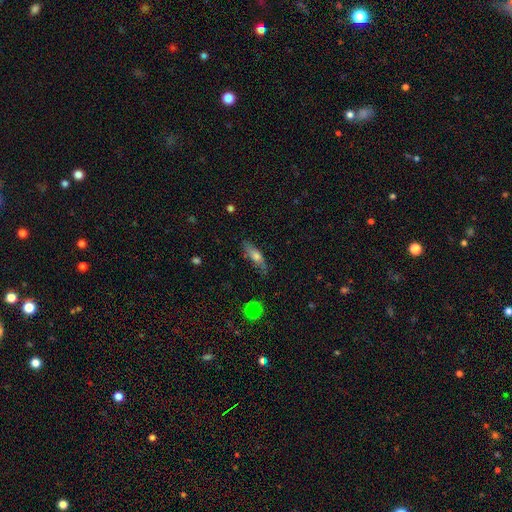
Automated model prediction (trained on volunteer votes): smooth 54%, featured or disk 37%, star or artifact 9%. Down the decision tree: how rounded — cigar-shaped (57%); merging — none (74%).